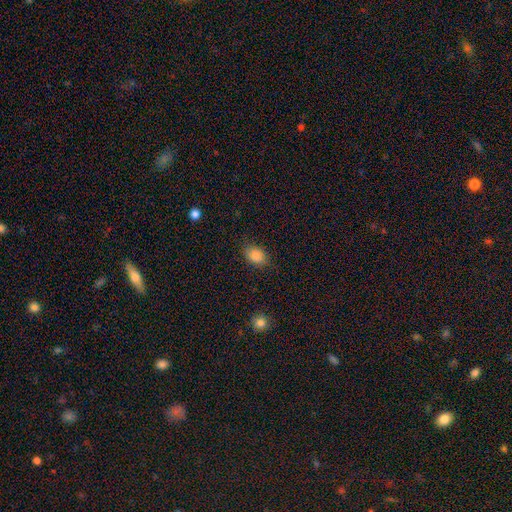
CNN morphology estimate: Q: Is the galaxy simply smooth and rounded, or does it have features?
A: smooth — 87%.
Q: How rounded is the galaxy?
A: in between — 80%.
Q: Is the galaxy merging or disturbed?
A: none — 82%.